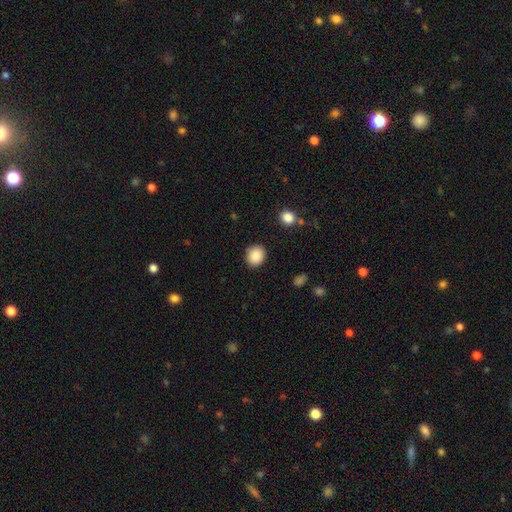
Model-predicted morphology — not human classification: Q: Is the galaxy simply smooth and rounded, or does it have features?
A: smooth — 88%.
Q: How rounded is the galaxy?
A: round — 74%.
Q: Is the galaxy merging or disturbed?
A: none — 88%.